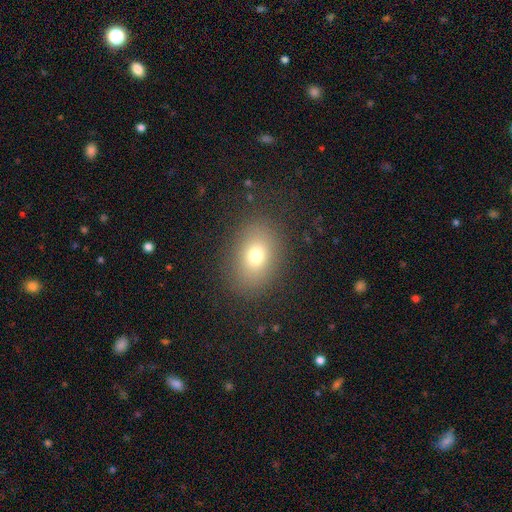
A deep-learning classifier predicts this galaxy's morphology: The model was most divided on "how rounded": in between: 66%, round: 32%, cigar-shaped: 1%. More confident: merging — none (85%); smooth or featured — smooth (74%).